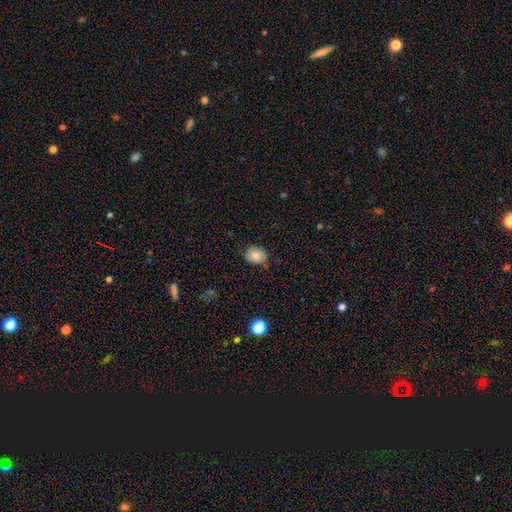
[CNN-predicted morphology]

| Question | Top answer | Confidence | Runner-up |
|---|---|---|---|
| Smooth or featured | smooth | 83% | star or artifact (9%) |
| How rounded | in between | 56% | round (43%) |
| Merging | none | 69% | minor disturbance (25%) |